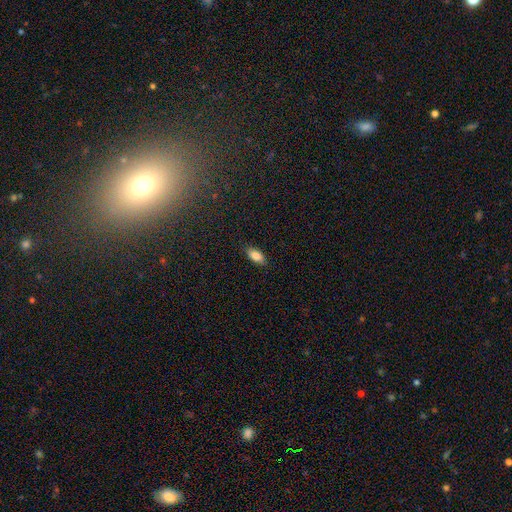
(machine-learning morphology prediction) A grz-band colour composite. It shows a smooth galaxy with no disk features (83%) that is in between round and cigar-shaped (87%). Merging: none (87%).